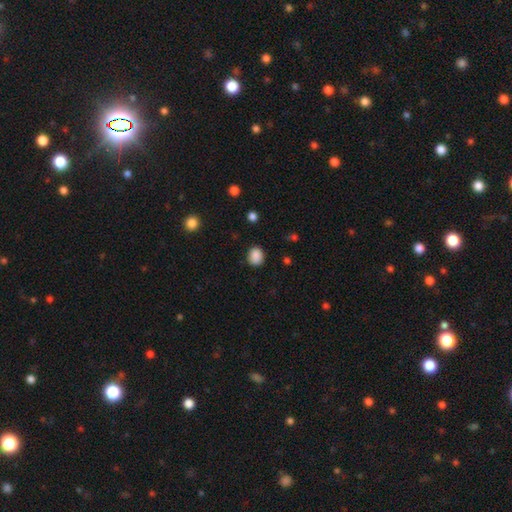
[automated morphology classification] type=smooth (87%); roundness=round (68%); merging=none (84%).